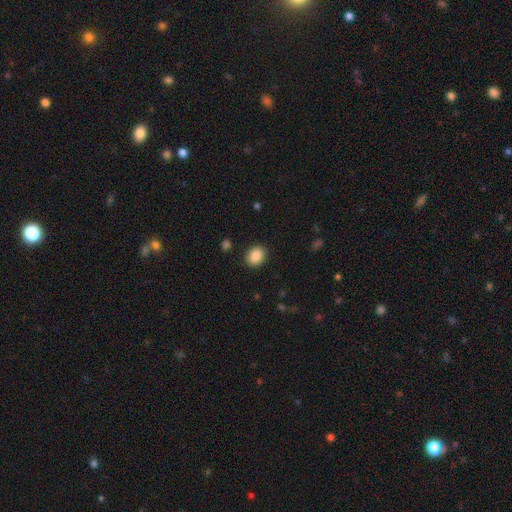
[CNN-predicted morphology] This appears to be a smooth galaxy with no disk features (88%) that is round (53%). Merging: none (90%).